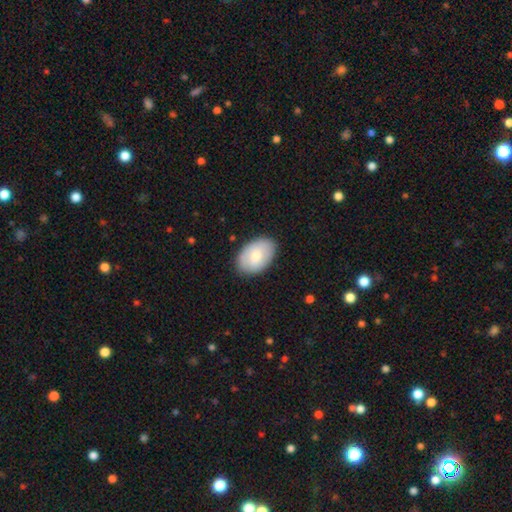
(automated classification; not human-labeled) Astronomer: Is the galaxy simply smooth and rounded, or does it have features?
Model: smooth — 71%.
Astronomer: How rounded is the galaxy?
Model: in between — 87%.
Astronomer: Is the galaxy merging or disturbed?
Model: none — 84%.